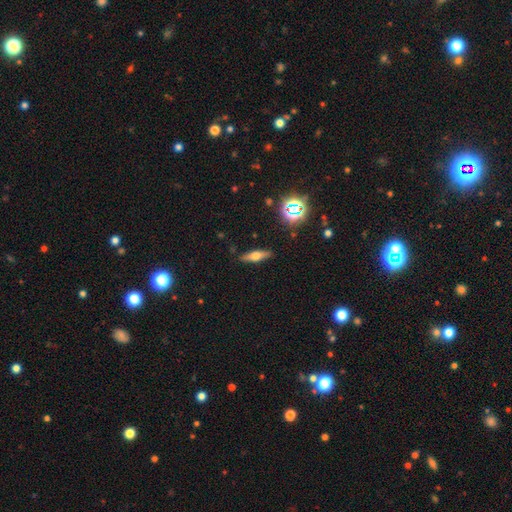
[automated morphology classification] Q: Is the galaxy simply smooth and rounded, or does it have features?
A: smooth — 49%.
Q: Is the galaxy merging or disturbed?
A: none — 87%.